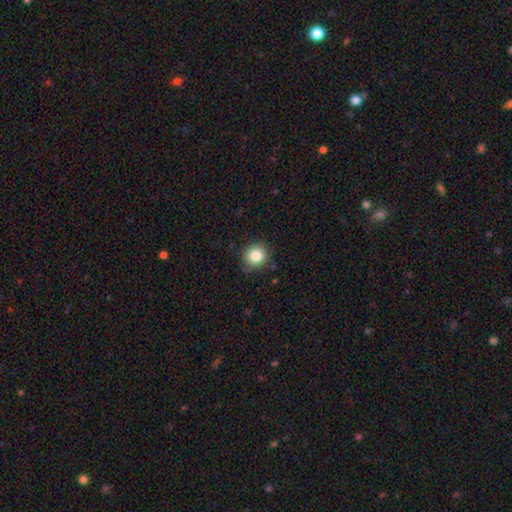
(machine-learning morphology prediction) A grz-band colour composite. It shows a smooth galaxy with no disk features (84%) that is round (87%). Merging: none (85%).